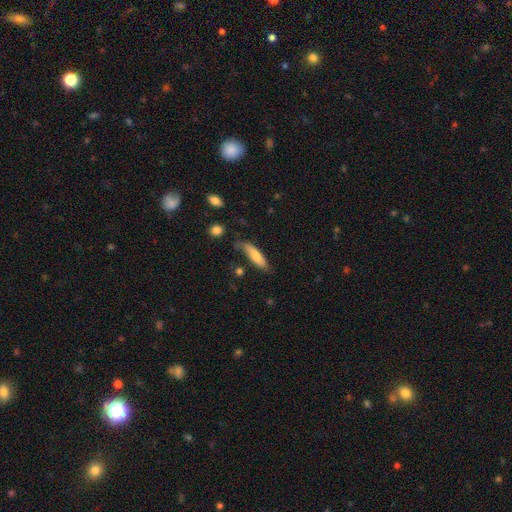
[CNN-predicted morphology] A smooth galaxy with no disk features (75%) that is cigar-shaped (63%). Merging: none (59%).